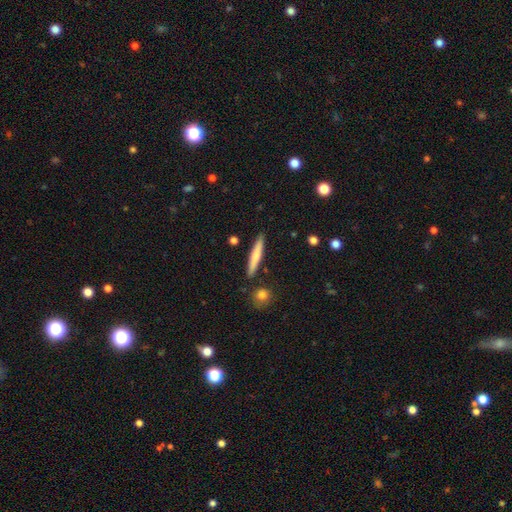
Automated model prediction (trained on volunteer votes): Overall: smooth (69%). How rounded: cigar-shaped (94%). Merging: none (88%).